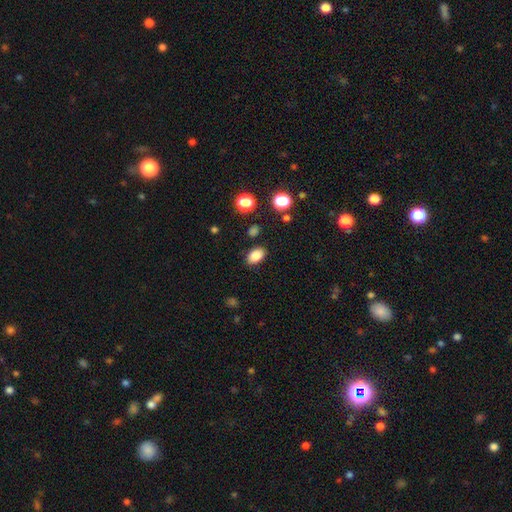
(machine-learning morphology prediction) Smooth or featured?
  - smooth: 84% *
  - star or artifact: 11%
  - featured or disk: 5%
How rounded?
  - in between: 86% *
  - round: 12%
  - cigar-shaped: 1%
Merging?
  - none: 86% *
  - minor disturbance: 9%
  - major disturbance: 3%
  - merger: 2%